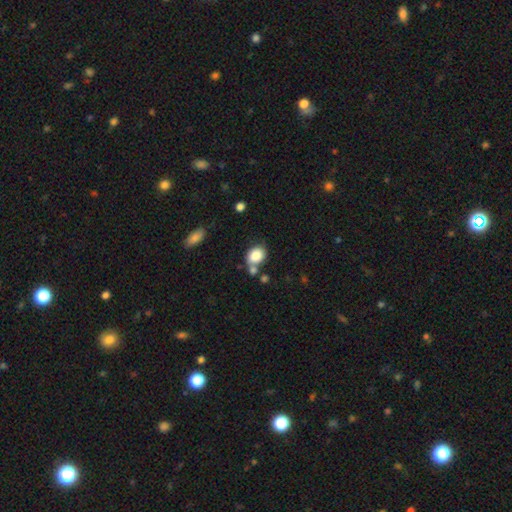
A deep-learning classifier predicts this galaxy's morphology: smooth-or-featured: smooth: 85% | star or artifact: 9% | featured or disk: 7%
  how-rounded: in between: 51% | round: 48% | cigar-shaped: 1%
  merging: none: 56% | merger: 22% | minor disturbance: 17% | major disturbance: 6%